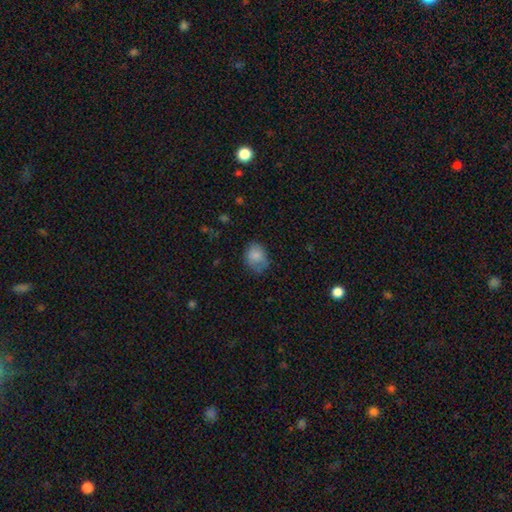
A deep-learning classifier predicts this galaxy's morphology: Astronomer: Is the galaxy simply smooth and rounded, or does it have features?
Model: smooth — 82%.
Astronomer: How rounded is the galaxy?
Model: round — 53% (runner-up: in between, 46%).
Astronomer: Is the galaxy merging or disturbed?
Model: none — 60%.